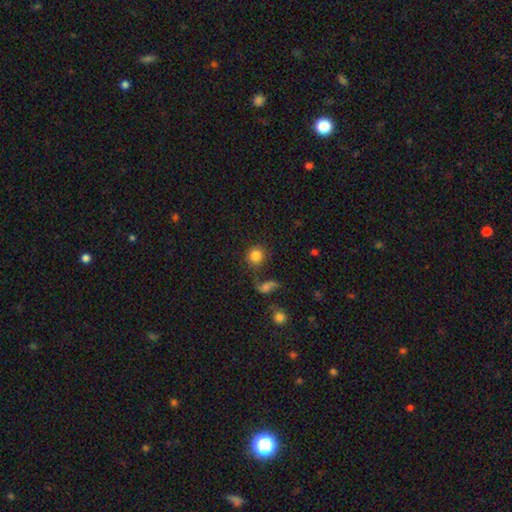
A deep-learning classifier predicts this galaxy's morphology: Overall: smooth (83%). How rounded: round (86%). Merging: none (72%).